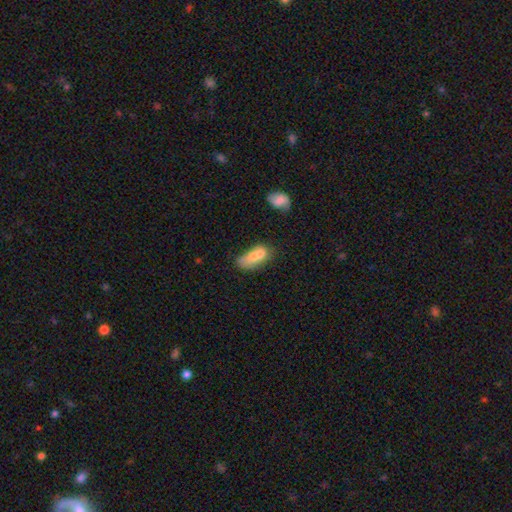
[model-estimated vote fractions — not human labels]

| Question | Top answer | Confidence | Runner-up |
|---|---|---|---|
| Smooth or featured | smooth | 69% | featured or disk (22%) |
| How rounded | in between | 79% | cigar-shaped (17%) |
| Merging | merger | 35% | none (30%) |